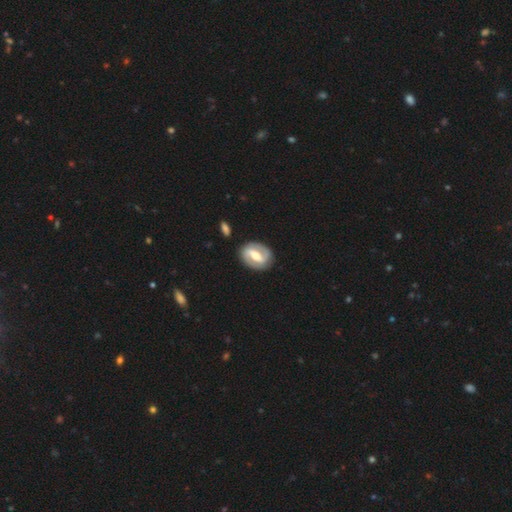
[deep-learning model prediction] The model was most divided on "spiral winding": tight: 44%, medium: 40%, loose: 16%. More confident: edge-on disk — no (96%); spiral arm count — 2 (88%); spiral arms — yes (85%); merging — none (85%); smooth or featured — featured or disk (80%); bulge size — moderate (66%); bar — strong (58%).